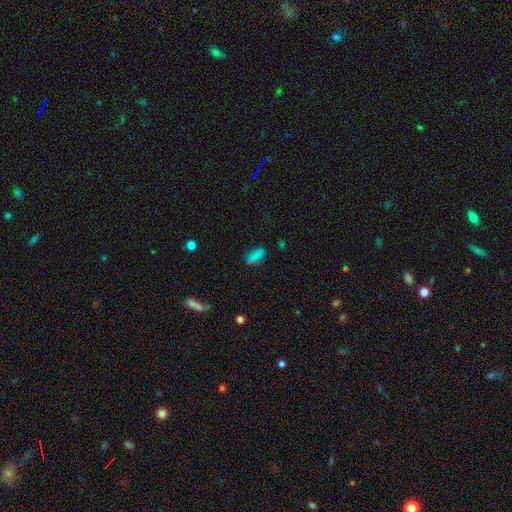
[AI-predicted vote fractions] This is likely a smooth galaxy (79%). How rounded: clearly in between (88%). Merging: likely none (73%).